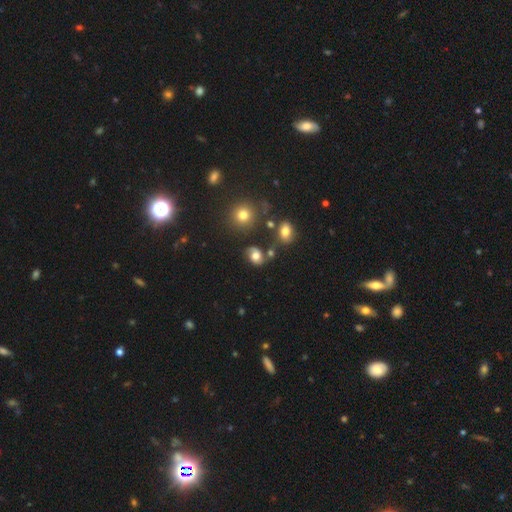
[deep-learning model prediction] Overall: smooth (59%; featured or disk 29%). How rounded: in between (56%; round 43%). Merging: none (61%).